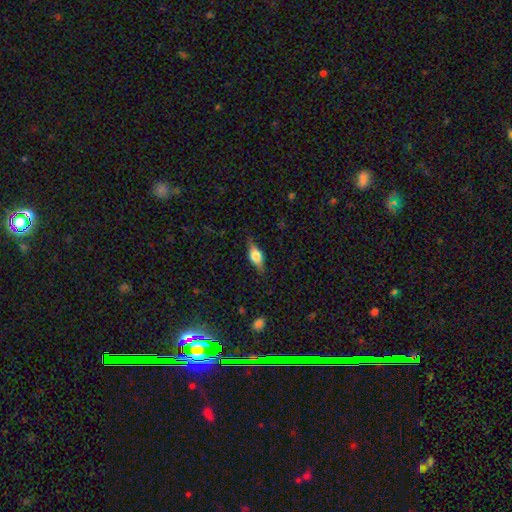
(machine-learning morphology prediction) smooth_or_featured: smooth (p=0.50) [alt: featured or disk p=0.42]
merging: none (p=0.79) [alt: minor disturbance p=0.16]